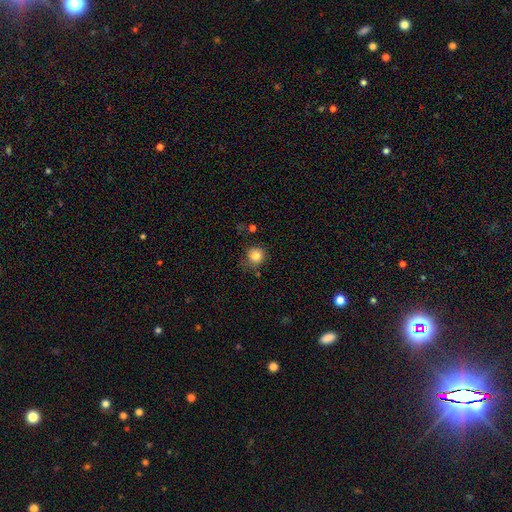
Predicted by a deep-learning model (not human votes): smooth_or_featured: smooth (p=0.83) [alt: star or artifact p=0.11]
how_rounded: round (p=0.91) [alt: in between p=0.08]
merging: none (p=0.74) [alt: minor disturbance p=0.18]